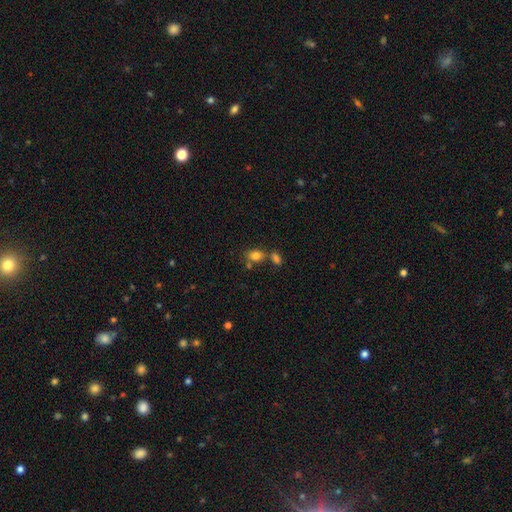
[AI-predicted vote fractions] Smooth or featured? smooth (80%)
How rounded? in between (72%)
Merging? none (55%)